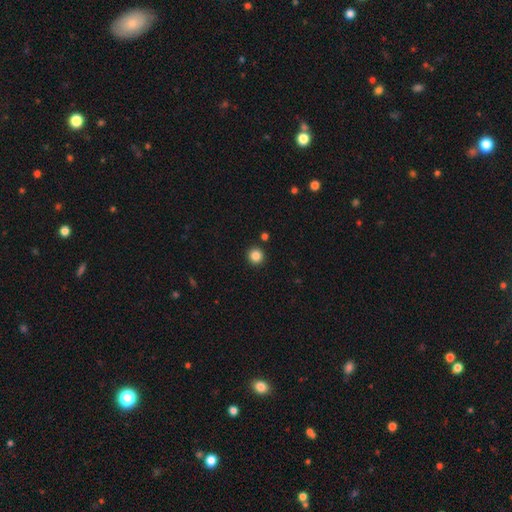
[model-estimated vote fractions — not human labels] A smooth galaxy with no disk features (85%) that is round (95%). Merging: none (91%).